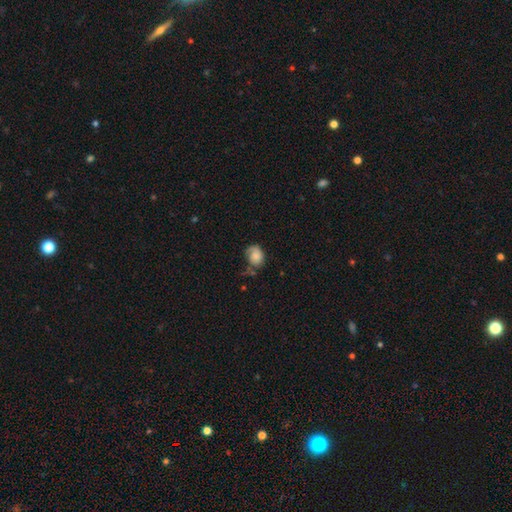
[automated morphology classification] A smooth galaxy with no disk features (70%) that is in between round and cigar-shaped (55%).

Vote fractions:
- Smooth or featured? smooth: 70% / featured or disk: 22% / star or artifact: 9%
- How rounded? in between: 55% / round: 44% / cigar-shaped: 1%
- Merging? none: 39% / minor disturbance: 33% / major disturbance: 22% / merger: 7%